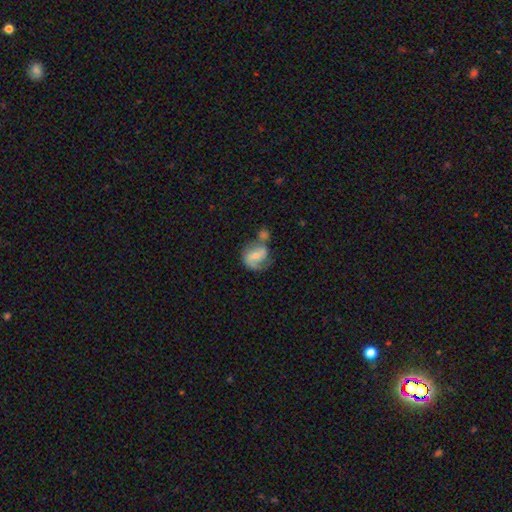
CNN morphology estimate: Q: Smooth or featured?
A: featured or disk (58%); runner-up: smooth (33%)
Q: Edge-on disk?
A: no (97%); runner-up: yes (3%)
Q: Bar?
A: weak (43%); runner-up: no (39%)
Q: Spiral arms?
A: yes (79%); runner-up: no (21%)
Q: Bulge size?
A: moderate (51%); runner-up: small (43%)
Q: Merging?
A: none (39%); runner-up: merger (30%)